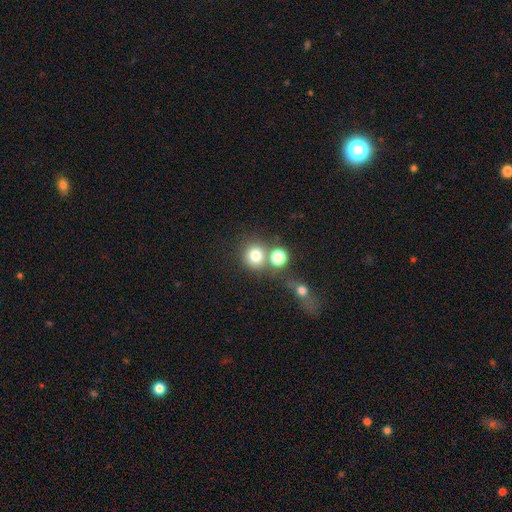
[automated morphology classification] Q: Smooth or featured?
A: smooth (78%); runner-up: star or artifact (14%)
Q: How rounded?
A: round (89%); runner-up: in between (10%)
Q: Merging?
A: none (58%); runner-up: merger (29%)